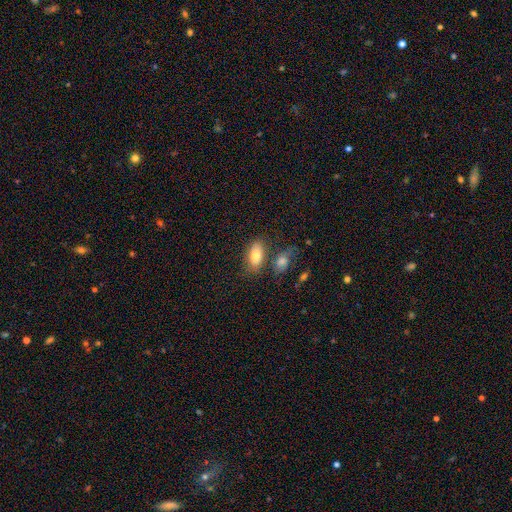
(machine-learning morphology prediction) Q: Smooth or featured?
A: smooth (79%); runner-up: featured or disk (13%)
Q: How rounded?
A: in between (91%); runner-up: cigar-shaped (5%)
Q: Merging?
A: none (65%); runner-up: merger (17%)